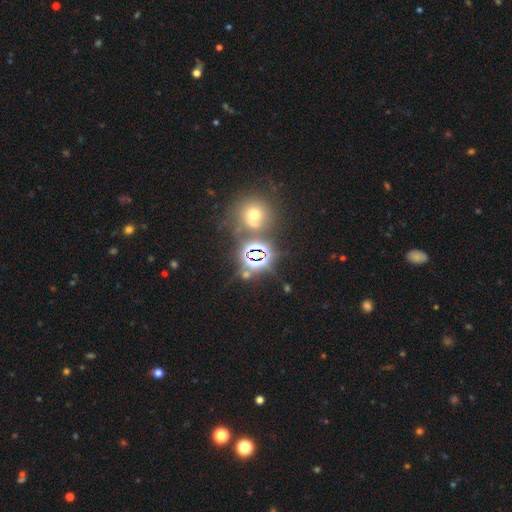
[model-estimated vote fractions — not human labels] Overall: star or artifact (77%).